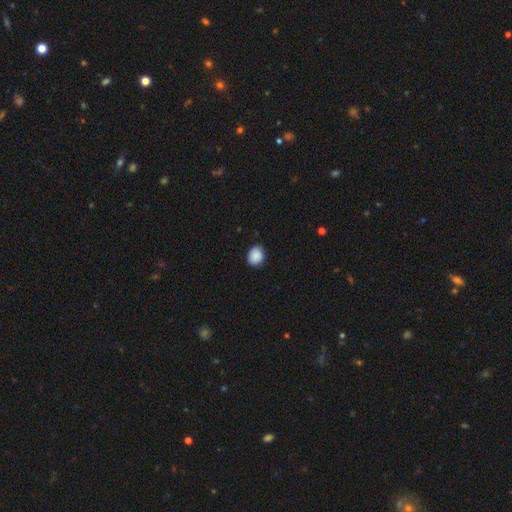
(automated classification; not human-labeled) Smooth or featured? Predicted: smooth (p=0.88). How rounded? Predicted: round (p=0.51). Merging? Predicted: none (p=0.82).